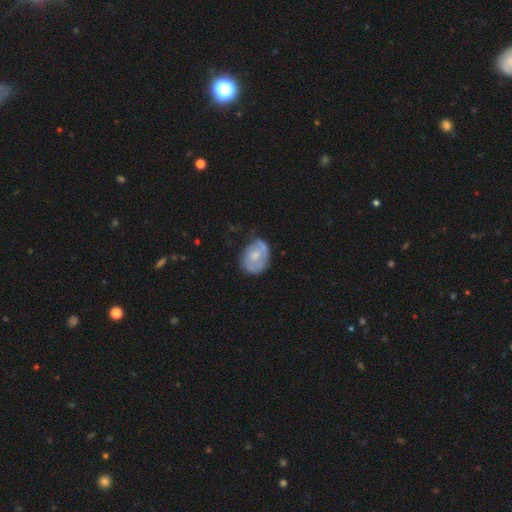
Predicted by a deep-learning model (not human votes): A featured or disk galaxy (48%). Merging: none (51%).